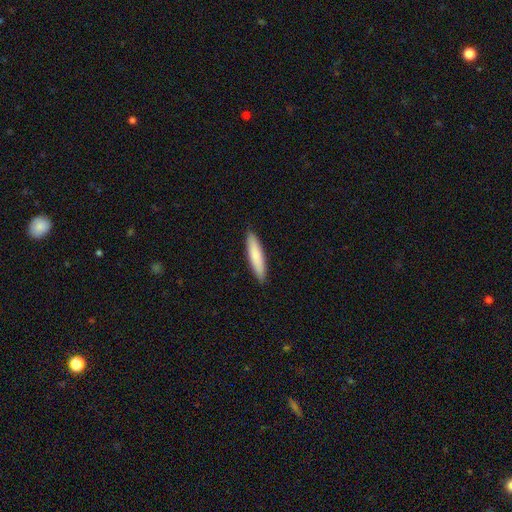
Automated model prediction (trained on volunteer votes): Smooth or featured? smooth (81%)
How rounded? cigar-shaped (81%)
Merging? none (90%)